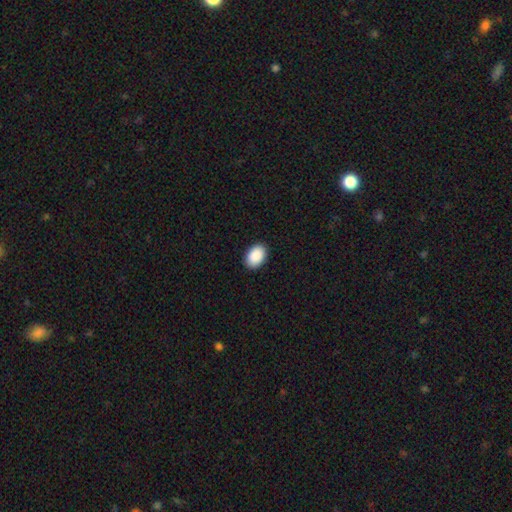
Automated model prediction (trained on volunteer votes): Smooth or featured? Predicted: smooth (p=0.91). How rounded? Predicted: in between (p=0.87). Merging? Predicted: none (p=0.91).